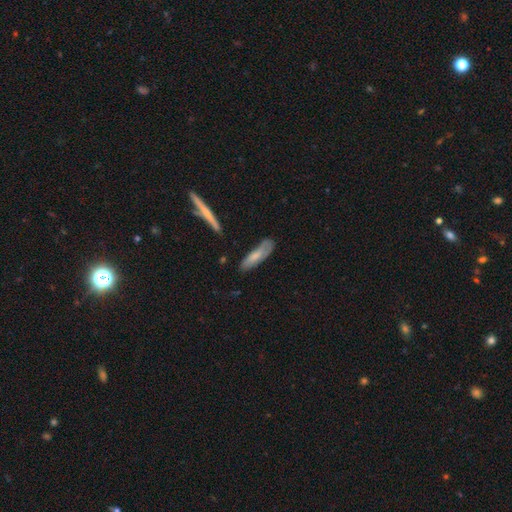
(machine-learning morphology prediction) Smooth or featured? smooth (69%)
How rounded? cigar-shaped (61%)
Merging? none (64%)